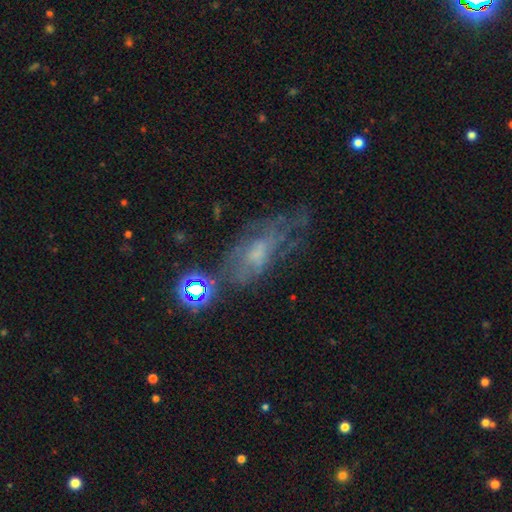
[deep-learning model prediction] Morphology: type=featured or disk (52%); edge-on=no (89%); merging=none (42%).